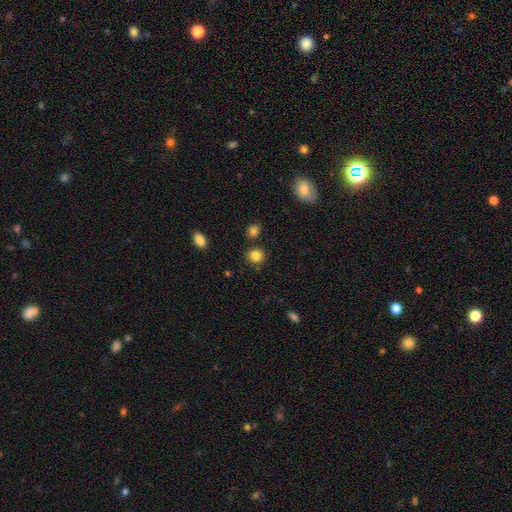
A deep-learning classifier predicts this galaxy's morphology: Smooth or featured? Predicted: smooth (p=0.84). How rounded? Predicted: round (p=0.81). Merging? Predicted: none (p=0.84).